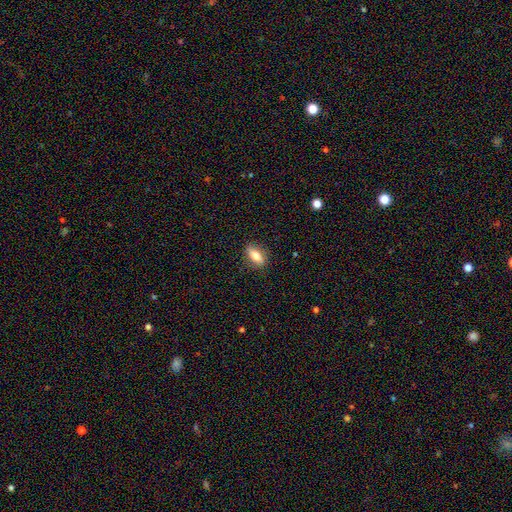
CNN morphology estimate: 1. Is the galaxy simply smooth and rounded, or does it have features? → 67% smooth, 25% featured or disk, 8% star or artifact.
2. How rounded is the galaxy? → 76% in between, 17% cigar-shaped, 7% round.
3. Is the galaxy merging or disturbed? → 84% none, 12% minor disturbance, 3% major disturbance, 1% merger.